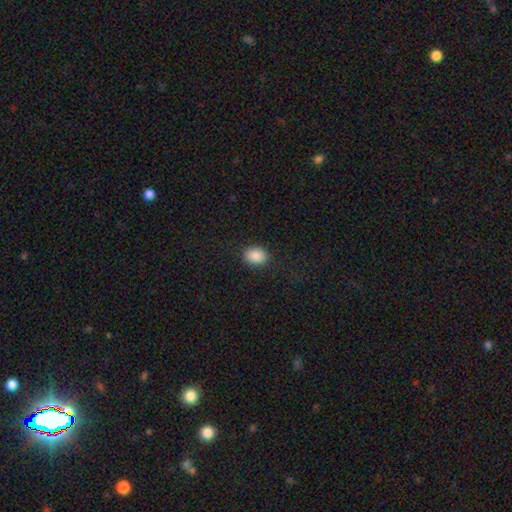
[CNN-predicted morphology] Smooth or featured: smooth — 89% (star or artifact — 8%)
How rounded: in between — 73% (round — 26%)
Merging: none — 88% (minor disturbance — 8%)